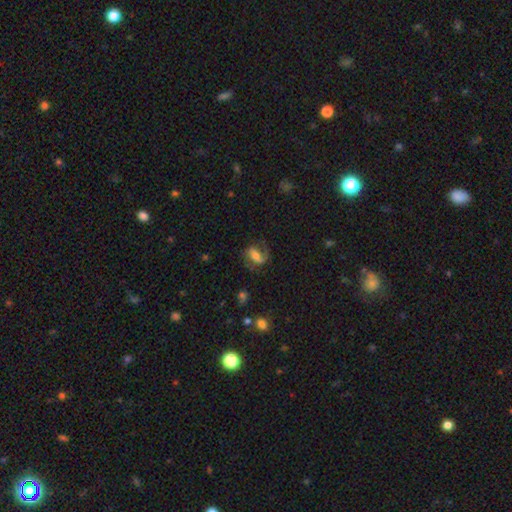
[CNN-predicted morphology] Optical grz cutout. It shows a featured or disk galaxy (65%) with a weak bar (38%), 2 (74%) medium (47%) spiral arms (90%) and a moderate central bulge (44%). Merging: none (62%).